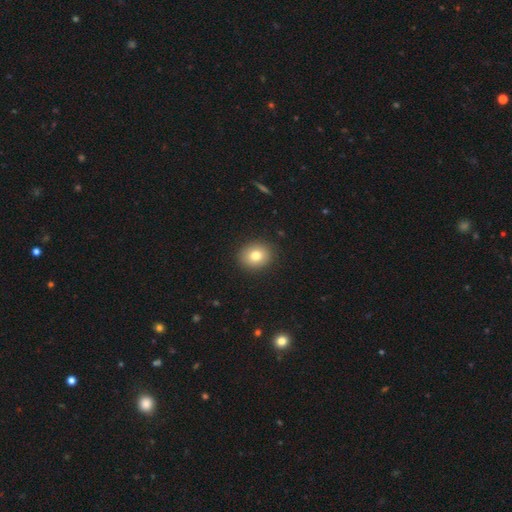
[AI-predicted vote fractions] Smooth or featured: smooth — 79% (featured or disk — 11%)
How rounded: round — 67% (in between — 32%)
Merging: none — 90% (minor disturbance — 7%)